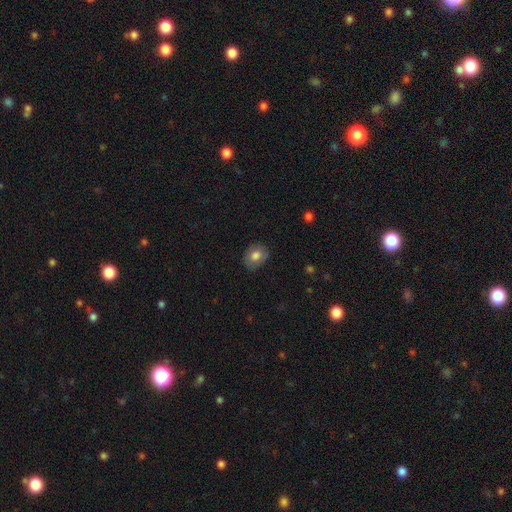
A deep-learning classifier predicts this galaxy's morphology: Smooth or featured: smooth — 79% (featured or disk — 13%)
How rounded: in between — 56% (round — 43%)
Merging: none — 83% (minor disturbance — 13%)